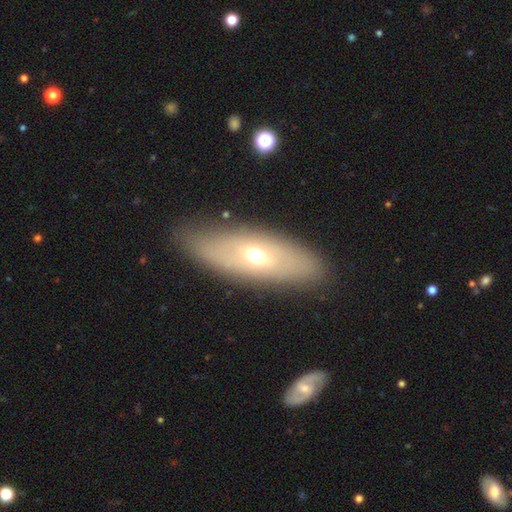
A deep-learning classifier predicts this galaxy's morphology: Smooth or featured? smooth (51%)
How rounded? in between (70%)
Merging? none (84%)